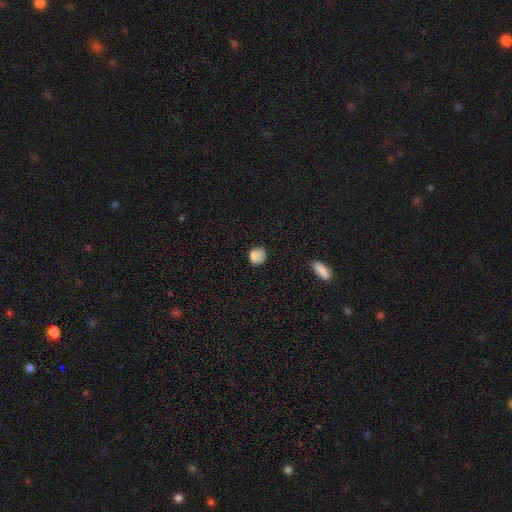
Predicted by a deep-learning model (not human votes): smooth-or-featured: smooth: 83% | star or artifact: 10% | featured or disk: 7%
  how-rounded: round: 75% | in between: 24% | cigar-shaped: 1%
  merging: none: 68% | minor disturbance: 24% | major disturbance: 6% | merger: 3%